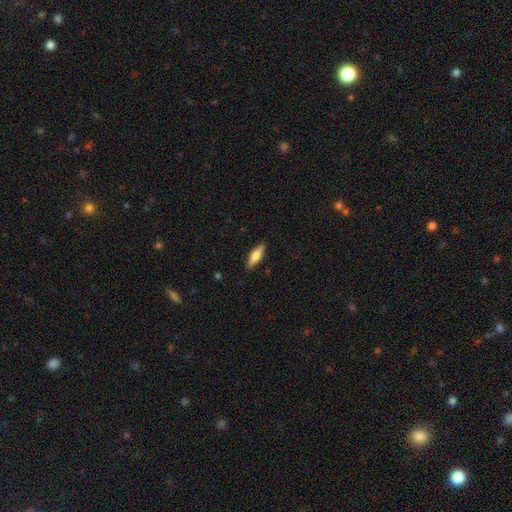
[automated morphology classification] smooth 62%, featured or disk 32%, star or artifact 6%. Down the decision tree: how rounded — cigar-shaped (50%); merging — none (88%).